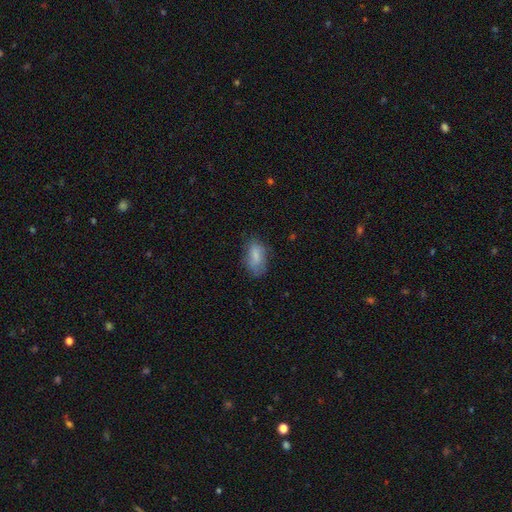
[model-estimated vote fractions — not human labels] smooth-or-featured: smooth: 77% | featured or disk: 15% | star or artifact: 8%
  how-rounded: in between: 91% | round: 6% | cigar-shaped: 4%
  merging: none: 65% | minor disturbance: 25% | major disturbance: 8% | merger: 2%